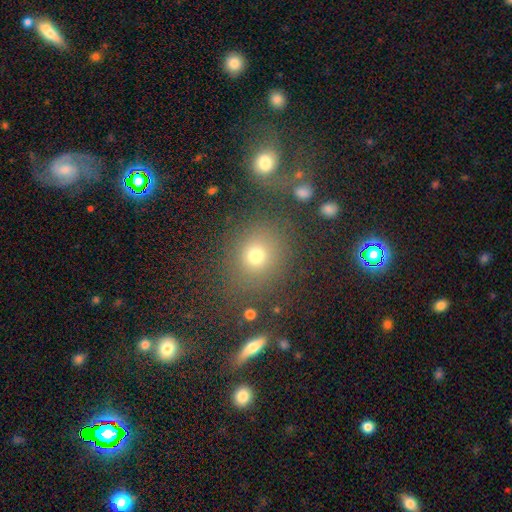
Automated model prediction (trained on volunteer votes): The model was most divided on "smooth or featured": smooth: 72%, star or artifact: 18%, featured or disk: 9%. More confident: how rounded — round (78%); merging — none (76%).